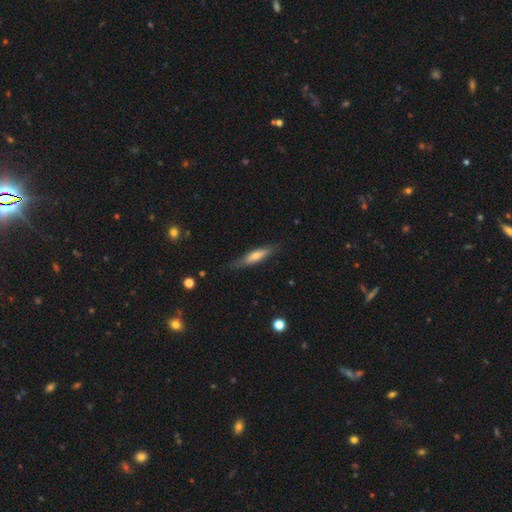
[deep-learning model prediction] Smooth or featured? smooth (60%)
How rounded? cigar-shaped (78%)
Merging? none (79%)